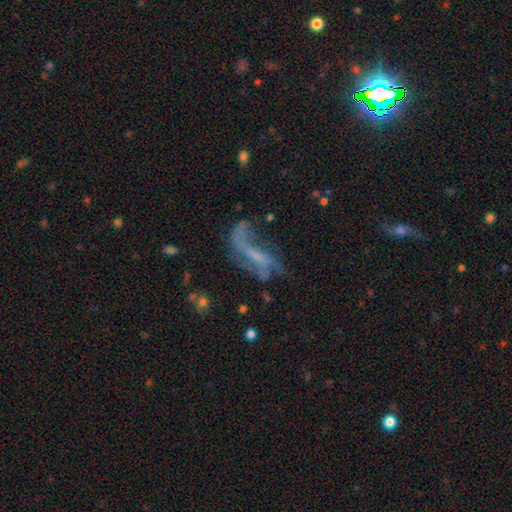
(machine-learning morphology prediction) Smooth or featured? Predicted: featured or disk (p=0.64). Edge-on disk? Predicted: no (p=0.87). Bar? Predicted: no (p=0.42). Spiral arms? Predicted: yes (p=0.64). Bulge size? Predicted: none (p=0.46). Merging? Predicted: major disturbance (p=0.39).